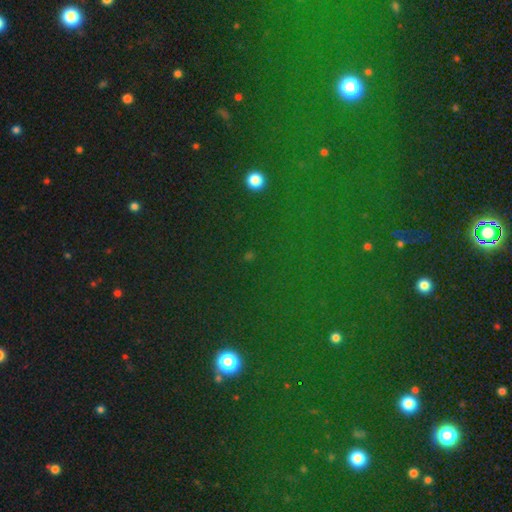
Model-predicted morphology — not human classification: Smooth or featured?
  - star or artifact: 77% *
  - smooth: 15%
  - featured or disk: 8%